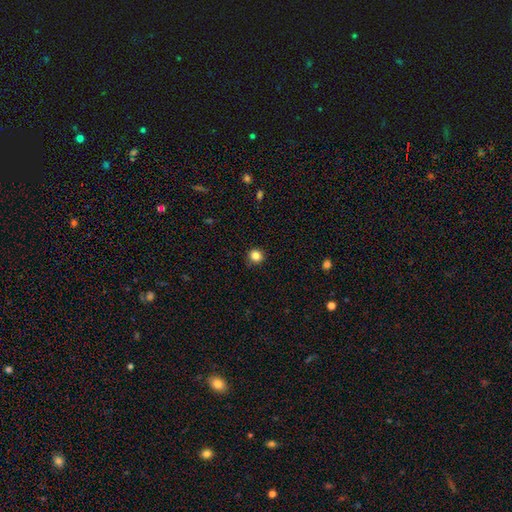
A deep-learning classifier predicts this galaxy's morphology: smooth 85%, star or artifact 11%, featured or disk 4%. Down the decision tree: how rounded — round (89%); merging — none (90%).